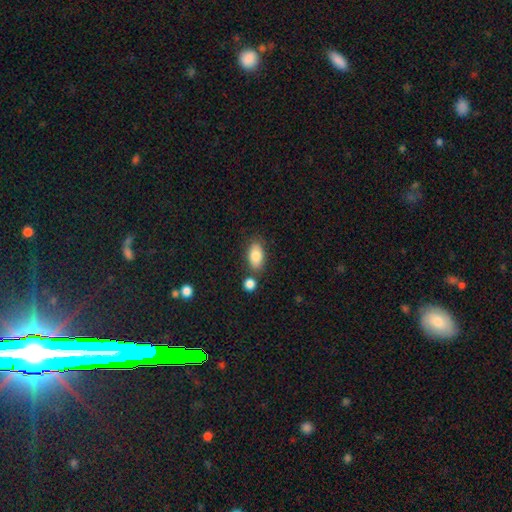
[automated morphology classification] Smooth or featured? smooth (83%)
How rounded? in between (91%)
Merging? none (72%)